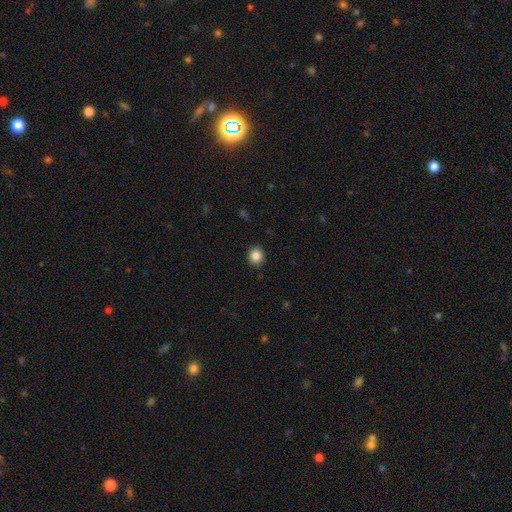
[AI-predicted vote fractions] smooth_or_featured: smooth (p=0.86) [alt: star or artifact p=0.10]
how_rounded: round (p=0.80) [alt: in between p=0.19]
merging: none (p=0.91) [alt: minor disturbance p=0.06]